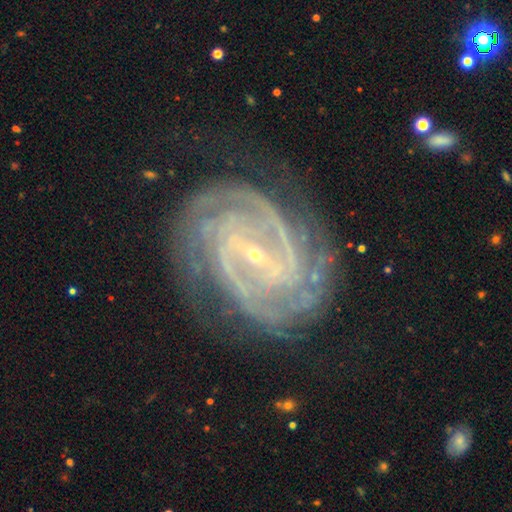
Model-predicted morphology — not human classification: This appears to be a featured or disk galaxy (92%) with a strong bar (40%), 2 (29%) tight (68%) spiral arms (98%) and a small central bulge (86%). Merging: none (77%).